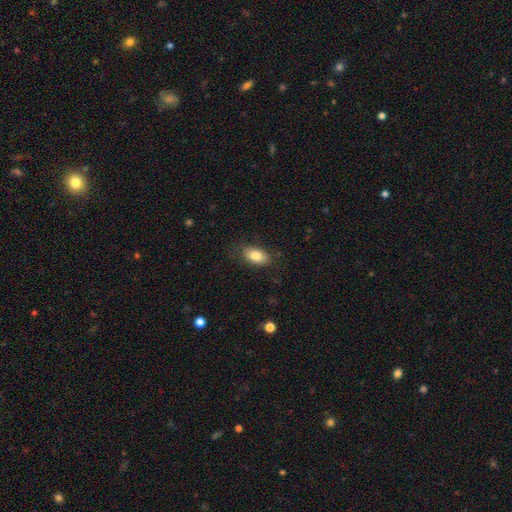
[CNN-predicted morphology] smooth_or_featured: smooth (p=0.82) [alt: featured or disk p=0.11]
how_rounded: in between (p=0.91) [alt: round p=0.06]
merging: none (p=0.79) [alt: minor disturbance p=0.15]